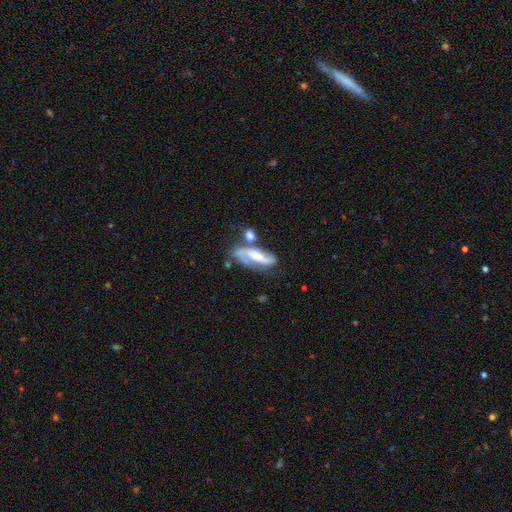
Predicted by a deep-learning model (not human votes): Q: Smooth or featured?
A: featured or disk (77%); runner-up: smooth (16%)
Q: Edge-on disk?
A: no (88%); runner-up: yes (12%)
Q: Bar?
A: strong (37%); runner-up: weak (32%)
Q: Spiral arms?
A: yes (92%); runner-up: no (8%)
Q: Spiral winding?
A: medium (45%); runner-up: loose (28%)
Q: Spiral arm count?
A: 2 (77%); runner-up: 1 (12%)
Q: Bulge size?
A: moderate (35%); runner-up: small (28%)
Q: Merging?
A: none (43%); runner-up: merger (24%)